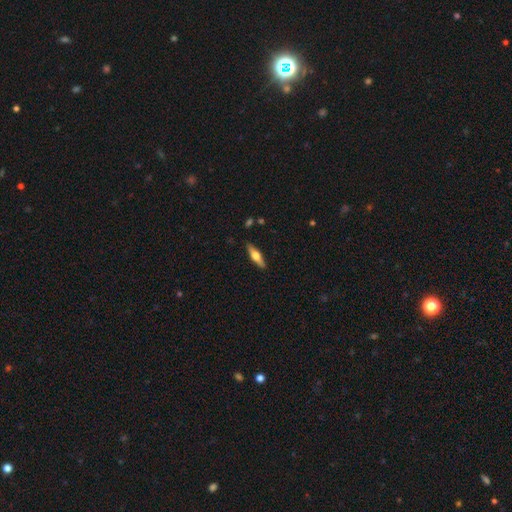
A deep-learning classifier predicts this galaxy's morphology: A featured or disk galaxy (56%) viewed edge-on (94%) with a rounded central bulge (94%). Merging: none (88%).